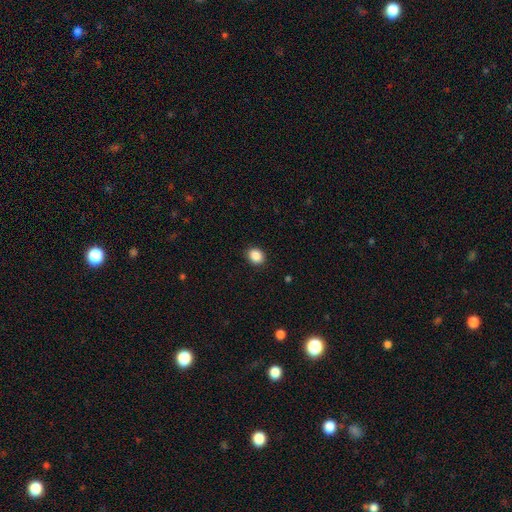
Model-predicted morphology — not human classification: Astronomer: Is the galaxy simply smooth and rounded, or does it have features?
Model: smooth — 88%.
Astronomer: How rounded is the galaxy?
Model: round — 56% (runner-up: in between, 43%).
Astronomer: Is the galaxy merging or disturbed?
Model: none — 90%.